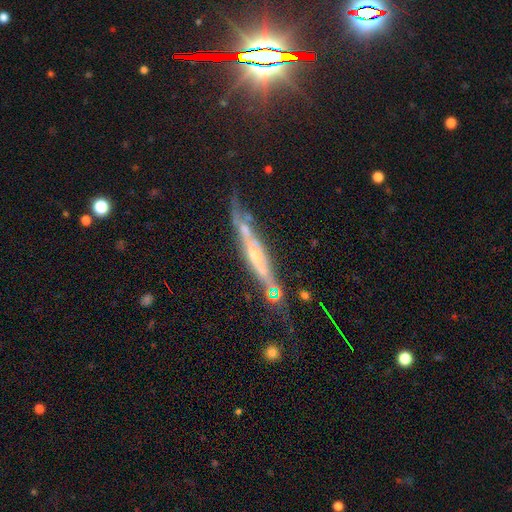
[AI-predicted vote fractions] A featured or disk galaxy (76%) viewed edge-on (85%) with a rounded central bulge (53%). Merging: none (61%).